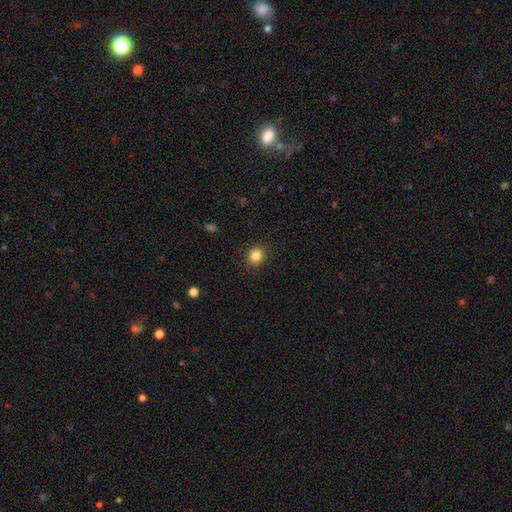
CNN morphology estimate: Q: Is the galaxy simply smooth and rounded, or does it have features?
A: smooth — 84%.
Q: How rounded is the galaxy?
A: round — 78%.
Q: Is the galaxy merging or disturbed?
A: none — 90%.